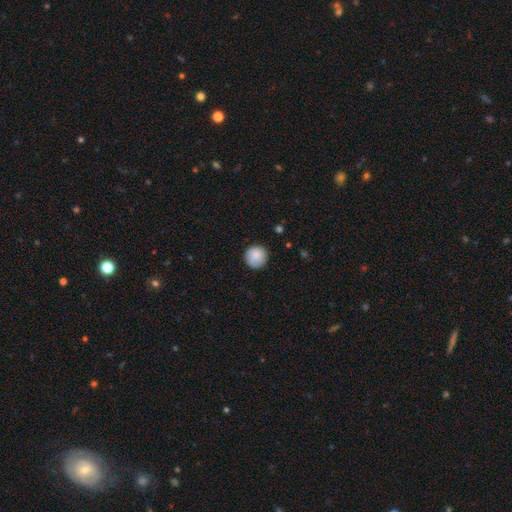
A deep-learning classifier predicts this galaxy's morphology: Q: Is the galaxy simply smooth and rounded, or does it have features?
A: smooth — 84%.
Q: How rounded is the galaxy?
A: round — 95%.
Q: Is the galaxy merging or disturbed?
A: none — 86%.